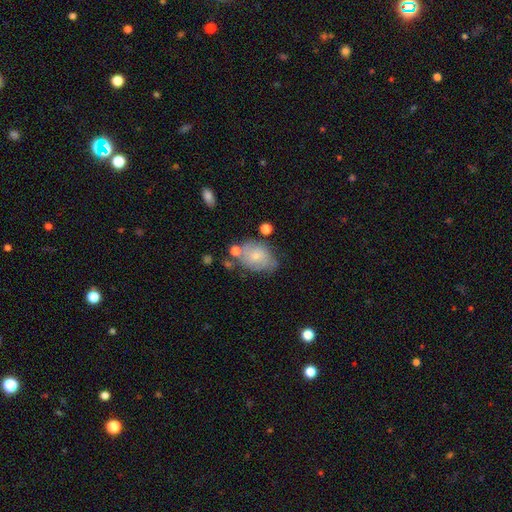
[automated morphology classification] Overall: smooth (55%; featured or disk 37%). How rounded: in between (69%). Merging: none (51%; minor disturbance 26%).